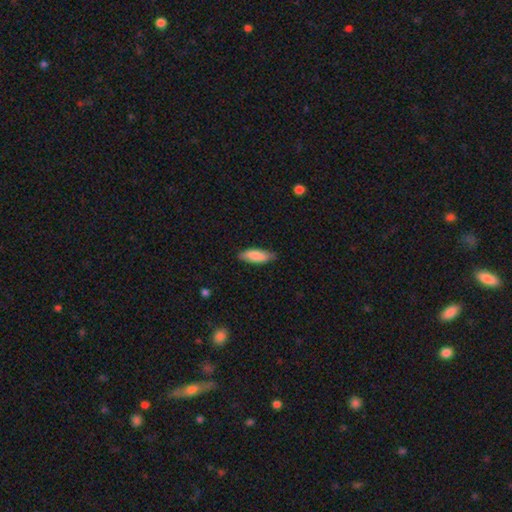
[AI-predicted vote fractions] A smooth galaxy with no disk features (86%) that is in between round and cigar-shaped (60%).

Vote fractions:
- Smooth or featured? smooth: 86% / featured or disk: 9% / star or artifact: 6%
- How rounded? in between: 60% / cigar-shaped: 39% / round: 2%
- Merging? none: 81% / minor disturbance: 16% / major disturbance: 2% / merger: 1%